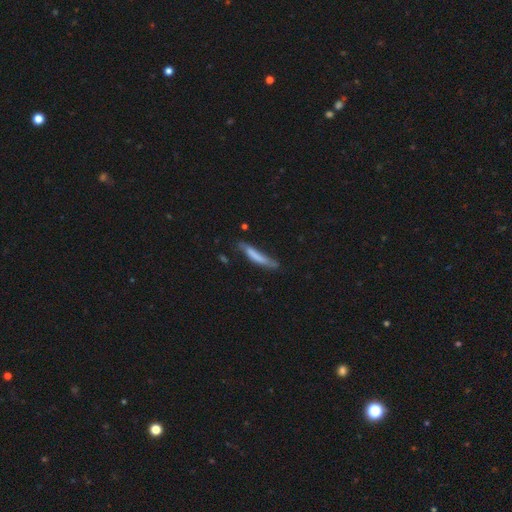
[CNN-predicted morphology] Smooth or featured? Predicted: smooth (p=0.69). How rounded? Predicted: cigar-shaped (p=0.91). Merging? Predicted: none (p=0.56).